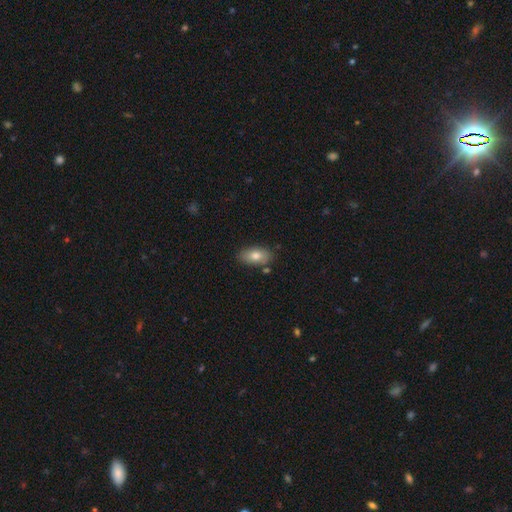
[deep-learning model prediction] Overall: smooth (77%). How rounded: in between (91%). Merging: none (80%).